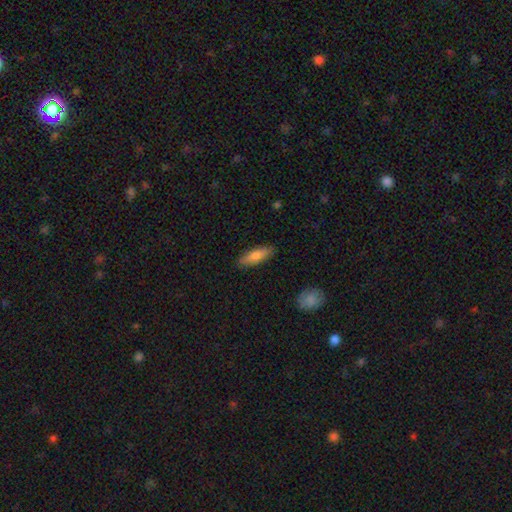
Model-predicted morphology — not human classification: A smooth galaxy with no disk features (72%) that is cigar-shaped (56%).

Vote fractions:
- Smooth or featured? smooth: 72% / featured or disk: 22% / star or artifact: 6%
- How rounded? cigar-shaped: 56% / in between: 42% / round: 2%
- Merging? none: 87% / minor disturbance: 9% / major disturbance: 2% / merger: 1%